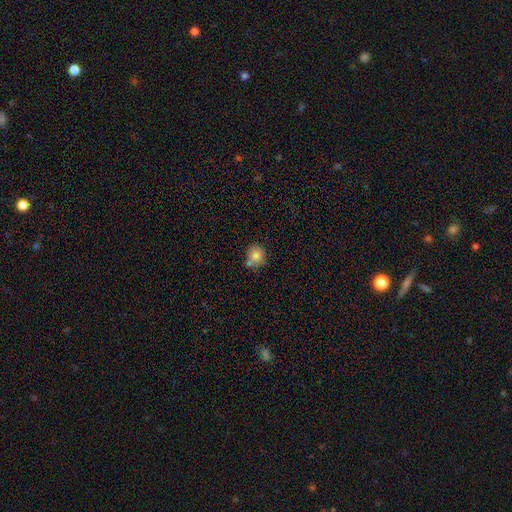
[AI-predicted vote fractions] Smooth or featured? Predicted: smooth (p=0.81). How rounded? Predicted: round (p=0.79). Merging? Predicted: none (p=0.60).